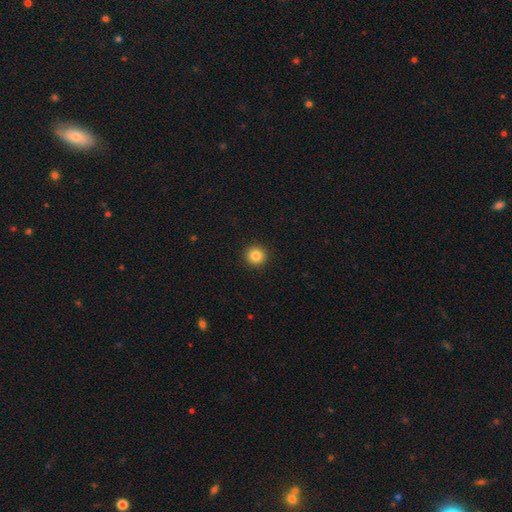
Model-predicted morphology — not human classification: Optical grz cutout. It shows a smooth galaxy with no disk features (85%) that is round (95%). Merging: none (93%).